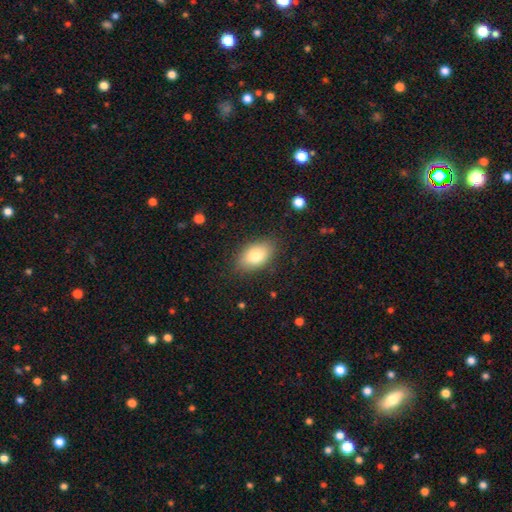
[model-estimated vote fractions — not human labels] The model was most divided on "smooth or featured": smooth: 79%, featured or disk: 13%, star or artifact: 8%. More confident: how rounded — in between (90%); merging — none (84%).